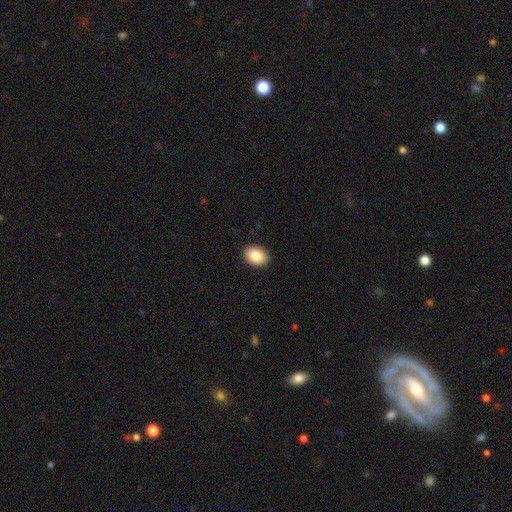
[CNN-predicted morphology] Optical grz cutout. It shows a smooth galaxy with no disk features (87%) that is in between round and cigar-shaped (78%). Merging: none (91%).